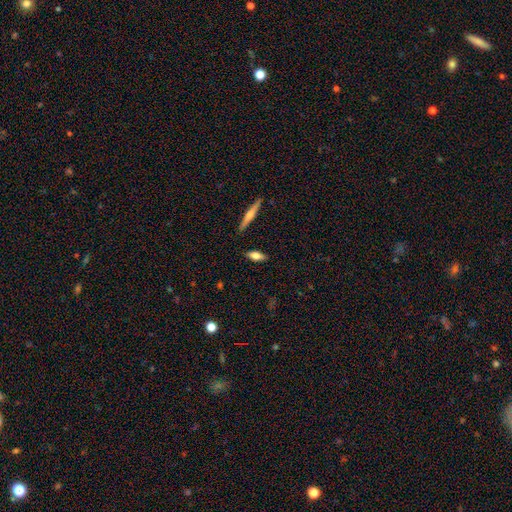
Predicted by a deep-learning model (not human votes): Smooth or featured: smooth — 65% (featured or disk — 28%)
How rounded: in between — 57% (cigar-shaped — 40%)
Merging: none — 87% (minor disturbance — 9%)